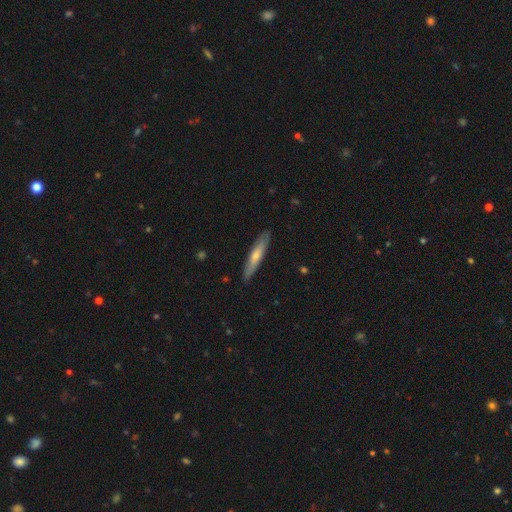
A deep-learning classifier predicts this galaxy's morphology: smooth 54%, featured or disk 40%, star or artifact 6%. Down the decision tree: how rounded — cigar-shaped (91%); merging — none (88%).